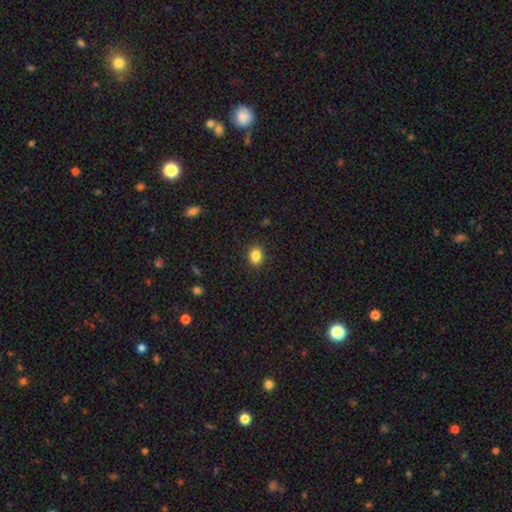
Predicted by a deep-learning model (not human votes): Smooth or featured?
  - smooth: 86% *
  - star or artifact: 10%
  - featured or disk: 5%
How rounded?
  - in between: 65% *
  - round: 34%
  - cigar-shaped: 1%
Merging?
  - none: 89% *
  - minor disturbance: 7%
  - major disturbance: 2%
  - merger: 1%